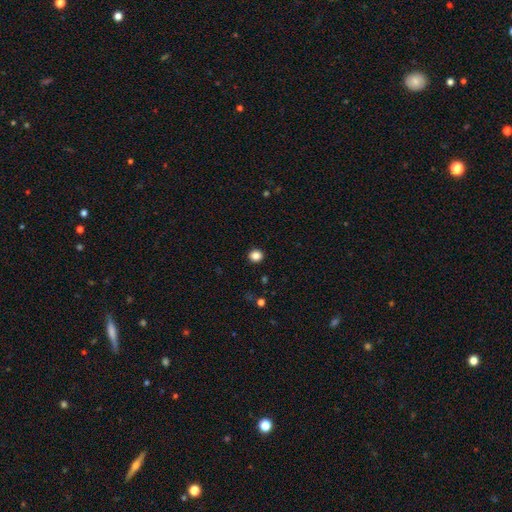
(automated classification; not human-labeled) smooth 86%, star or artifact 11%, featured or disk 4%. Down the decision tree: how rounded — round (83%); merging — none (92%).